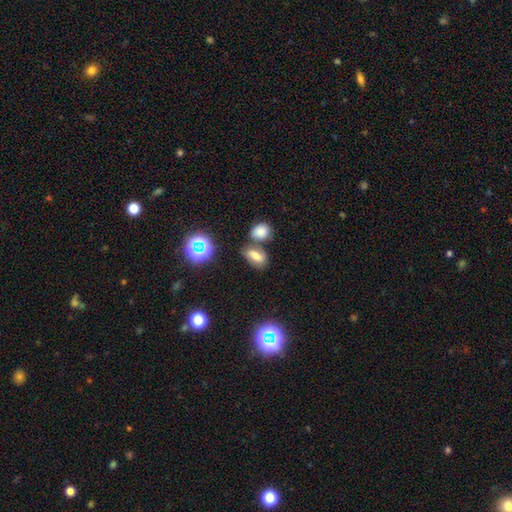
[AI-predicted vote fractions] Morphology: type=smooth (66%); roundness=in between (83%); merging=none (55%).